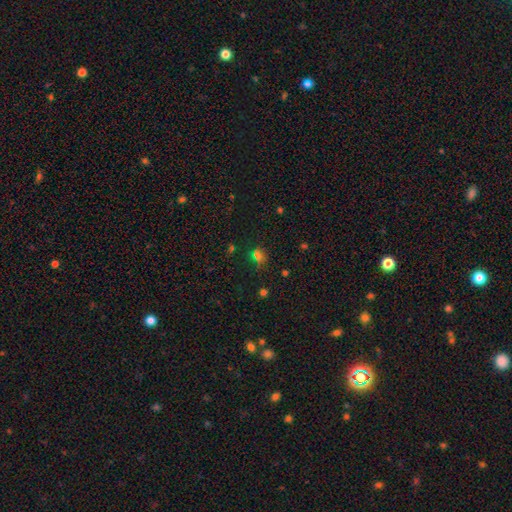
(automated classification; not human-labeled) The model was most divided on "smooth or featured": smooth: 56%, star or artifact: 37%, featured or disk: 8%. More confident: merging — none (75%); how rounded — round (64%).